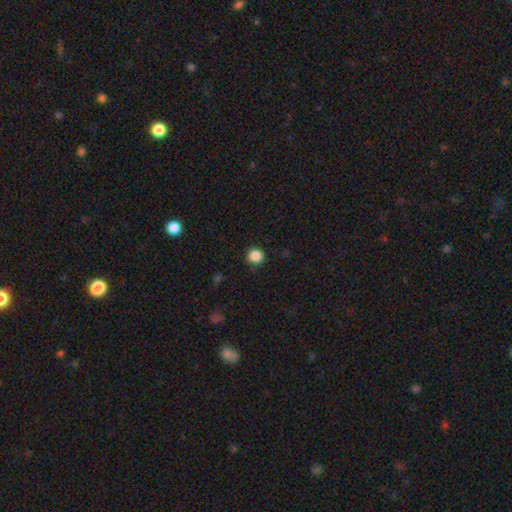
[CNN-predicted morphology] A smooth galaxy with no disk features (86%) that is round (94%). Merging: none (90%).